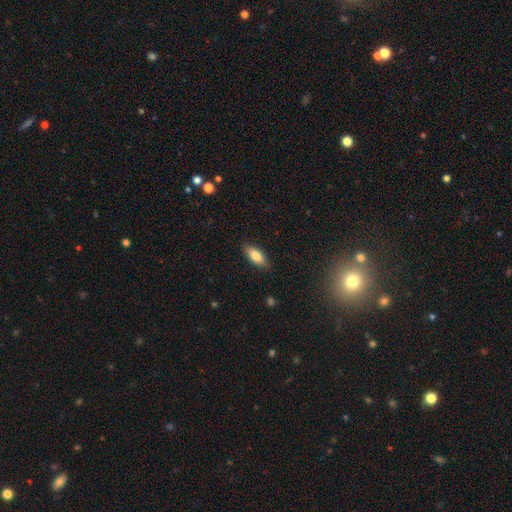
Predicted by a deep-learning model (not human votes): smooth_or_featured: smooth (p=0.78) [alt: featured or disk p=0.15]
how_rounded: in between (p=0.77) [alt: cigar-shaped p=0.20]
merging: none (p=0.85) [alt: minor disturbance p=0.11]